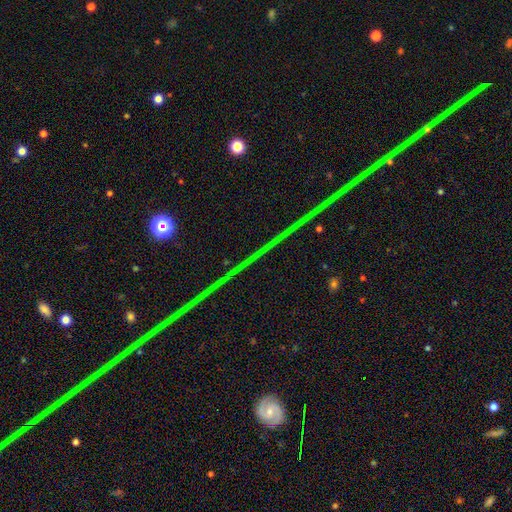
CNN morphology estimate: A star or artifact, not a galaxy (82%).

Vote fractions:
- Smooth or featured? star or artifact: 82% / featured or disk: 10% / smooth: 8%